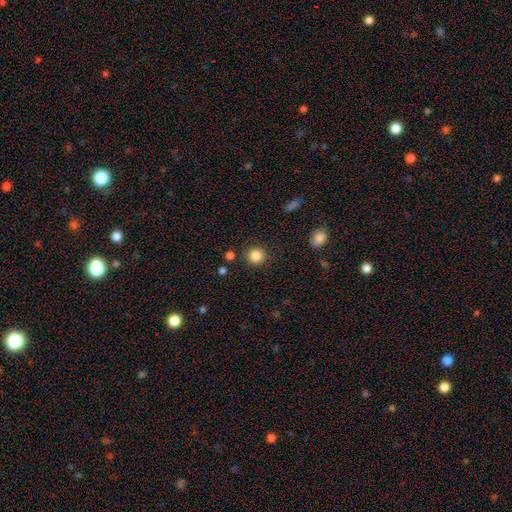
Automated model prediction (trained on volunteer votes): Q: Smooth or featured?
A: smooth (85%); runner-up: star or artifact (10%)
Q: How rounded?
A: round (92%); runner-up: in between (7%)
Q: Merging?
A: none (88%); runner-up: minor disturbance (7%)